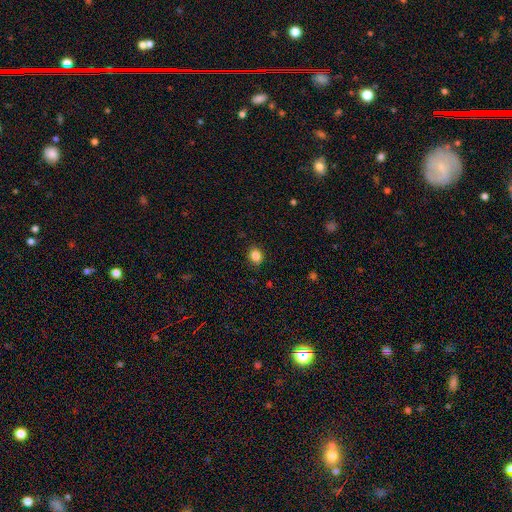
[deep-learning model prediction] Q: Smooth or featured?
A: smooth (85%); runner-up: star or artifact (10%)
Q: How rounded?
A: round (56%); runner-up: in between (43%)
Q: Merging?
A: none (87%); runner-up: minor disturbance (10%)